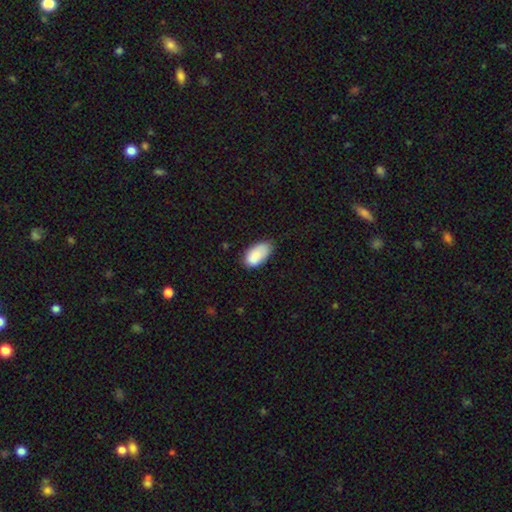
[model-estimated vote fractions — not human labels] Smooth or featured? smooth (86%)
How rounded? in between (95%)
Merging? none (57%)